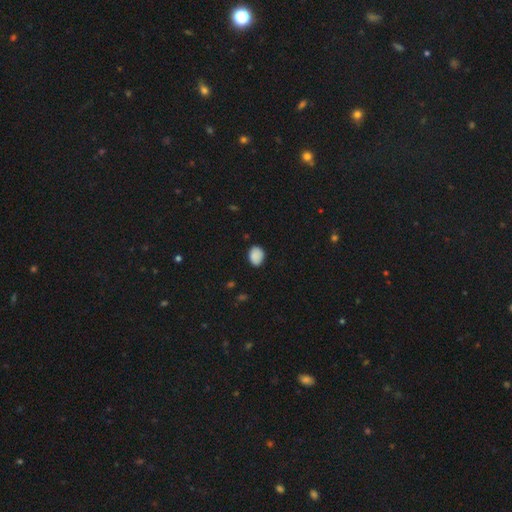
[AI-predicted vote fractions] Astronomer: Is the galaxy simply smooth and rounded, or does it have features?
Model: smooth — 88%.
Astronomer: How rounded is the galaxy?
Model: in between — 66%.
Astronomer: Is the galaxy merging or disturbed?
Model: none — 81%.